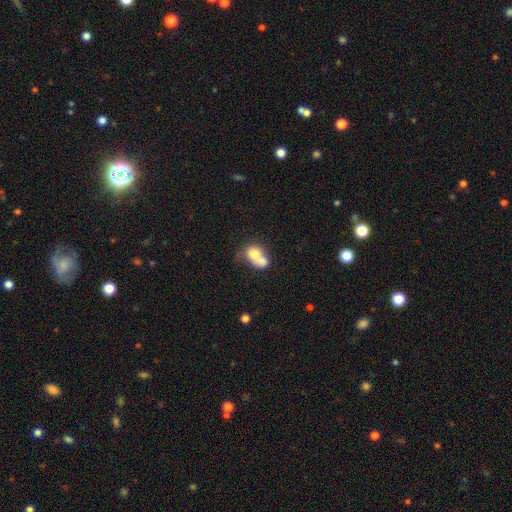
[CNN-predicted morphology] type=smooth (69%); roundness=in between (51%); merging=merger (67%).